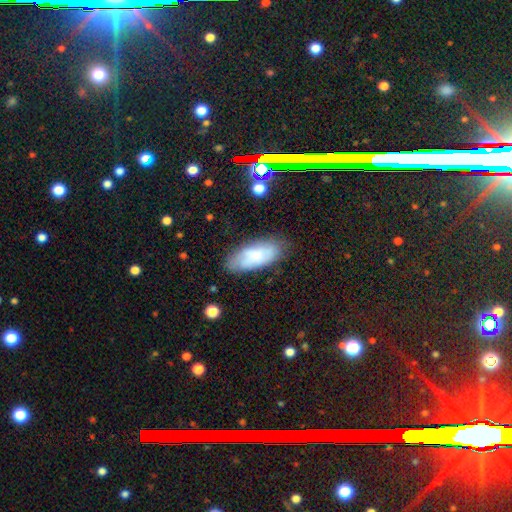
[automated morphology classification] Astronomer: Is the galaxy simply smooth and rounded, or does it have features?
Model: smooth — 68%.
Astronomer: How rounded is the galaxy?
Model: in between — 85%.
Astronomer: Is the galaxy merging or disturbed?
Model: none — 76%.